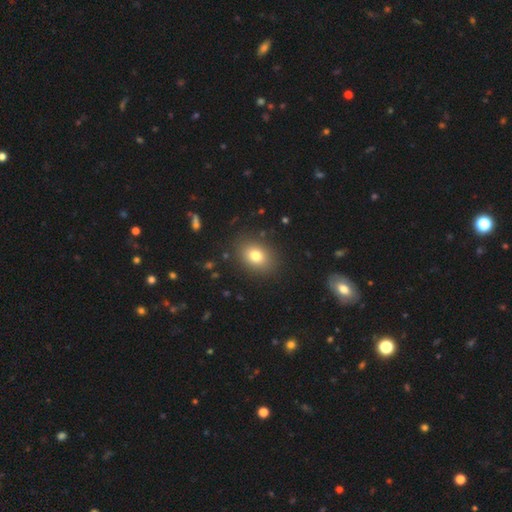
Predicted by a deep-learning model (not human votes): This is likely a smooth galaxy (78%). How rounded: likely in between (61%). Merging: clearly none (87%).